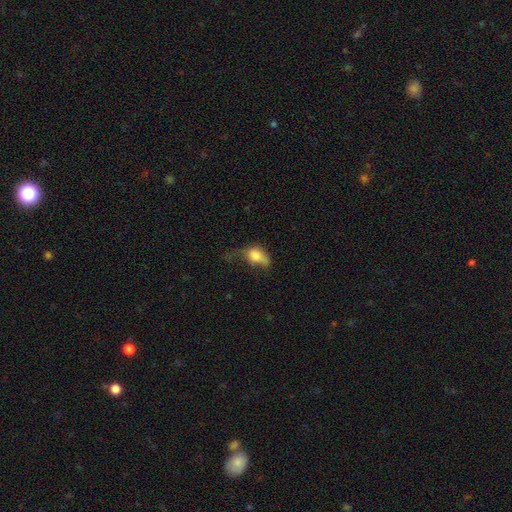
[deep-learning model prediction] This appears to be a smooth galaxy with no disk features (72%) that is in between round and cigar-shaped (75%). Merging: major disturbance (45%).